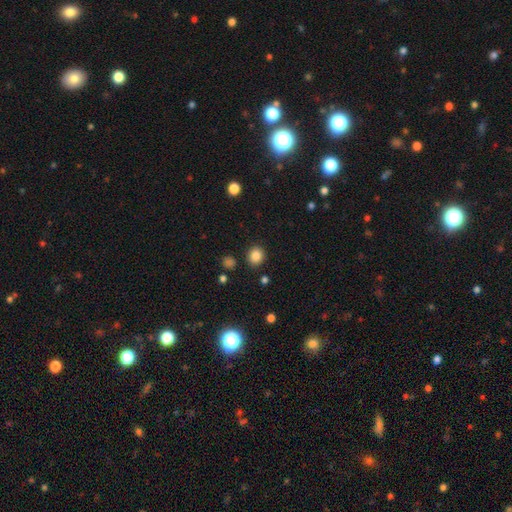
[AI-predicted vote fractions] Smooth or featured?
  - smooth: 85% *
  - star or artifact: 11%
  - featured or disk: 4%
How rounded?
  - round: 83% *
  - in between: 16%
  - cigar-shaped: 1%
Merging?
  - none: 89% *
  - minor disturbance: 7%
  - merger: 2%
  - major disturbance: 2%